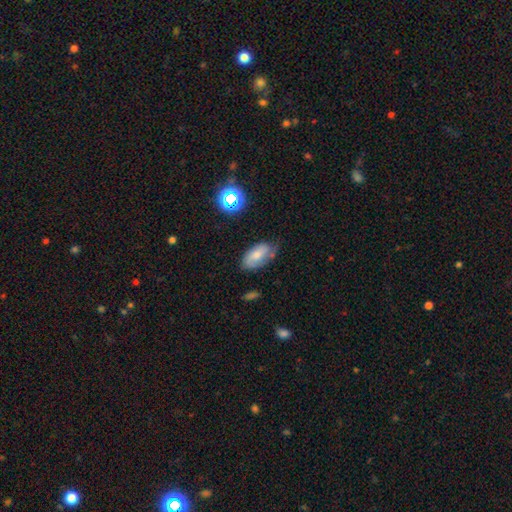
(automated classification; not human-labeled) Smooth or featured? Predicted: smooth (p=0.57). How rounded? Predicted: in between (p=0.91). Merging? Predicted: none (p=0.55).